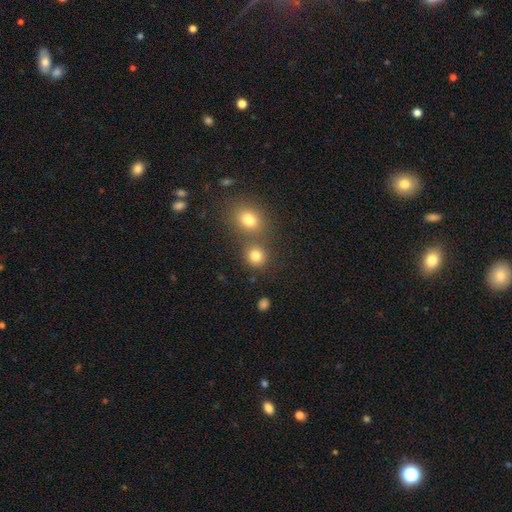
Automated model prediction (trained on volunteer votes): smooth_or_featured: smooth (p=0.80) [alt: star or artifact p=0.13]
how_rounded: round (p=0.82) [alt: in between p=0.17]
merging: none (p=0.63) [alt: merger p=0.26]